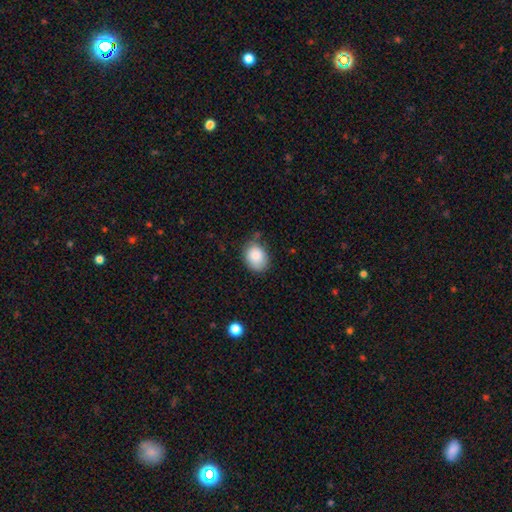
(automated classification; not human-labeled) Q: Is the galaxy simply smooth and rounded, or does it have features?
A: smooth — 86%.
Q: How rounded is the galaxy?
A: in between — 63%.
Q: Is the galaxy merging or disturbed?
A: none — 66%.